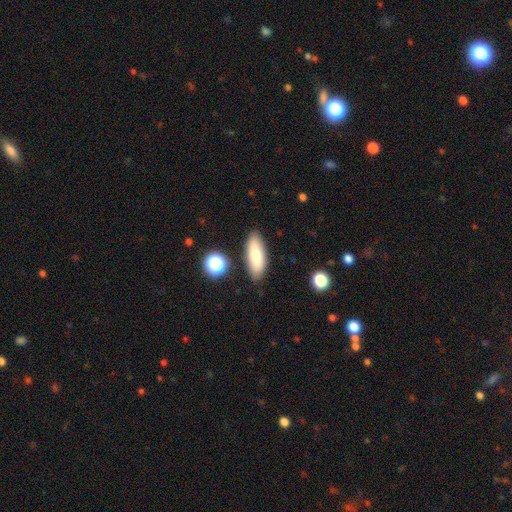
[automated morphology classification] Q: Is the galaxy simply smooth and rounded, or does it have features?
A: smooth — 79%.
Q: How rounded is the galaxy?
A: in between — 69%.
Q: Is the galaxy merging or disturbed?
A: none — 85%.